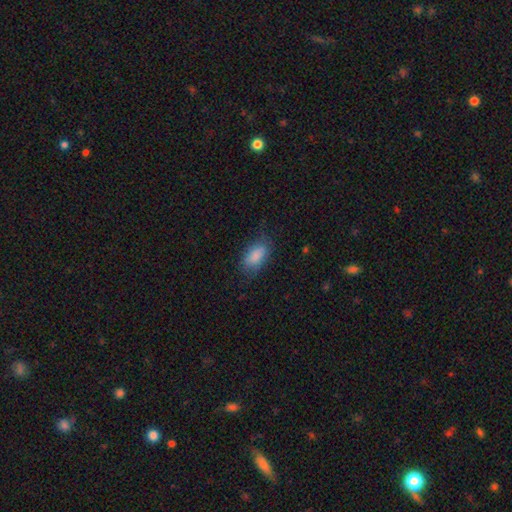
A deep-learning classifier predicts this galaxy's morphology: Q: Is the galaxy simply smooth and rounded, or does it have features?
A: smooth — 85%.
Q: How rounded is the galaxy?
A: in between — 91%.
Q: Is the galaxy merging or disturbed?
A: none — 69%.